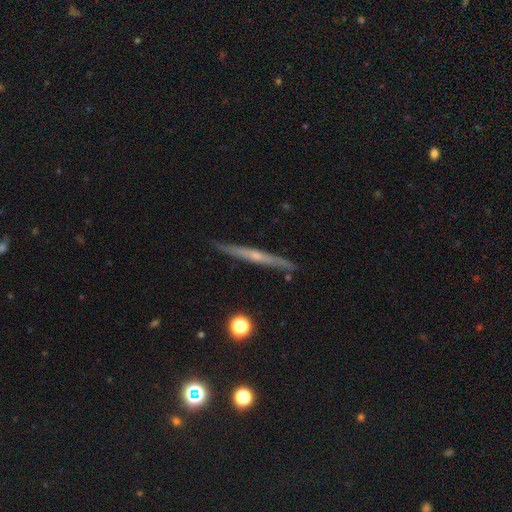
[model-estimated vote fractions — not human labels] Smooth or featured? featured or disk (68%)
Edge-on disk? yes (97%)
Edge-on bulge? rounded (52%)
Merging? none (88%)